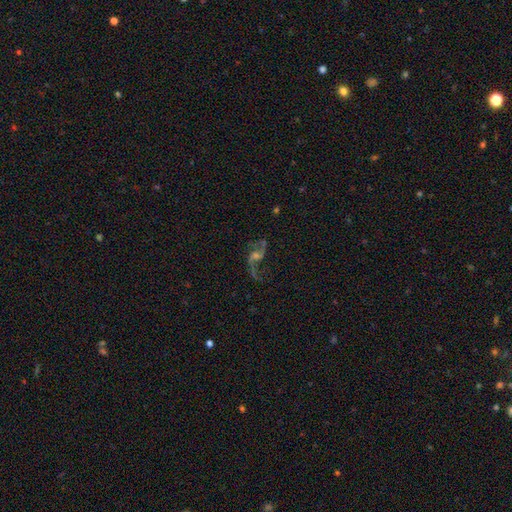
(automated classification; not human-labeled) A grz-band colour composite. It shows a featured or disk galaxy (85%) with no bar (45%), 2 (90%) loose (82%) spiral arms (95%) and a small central bulge (45%). Merging: none (66%).